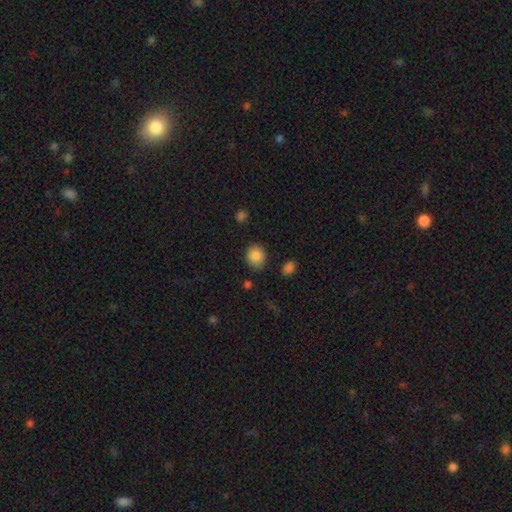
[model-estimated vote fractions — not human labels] The model was most divided on "how rounded": round: 68%, in between: 31%, cigar-shaped: 1%. More confident: smooth or featured — smooth (87%); merging — none (81%).